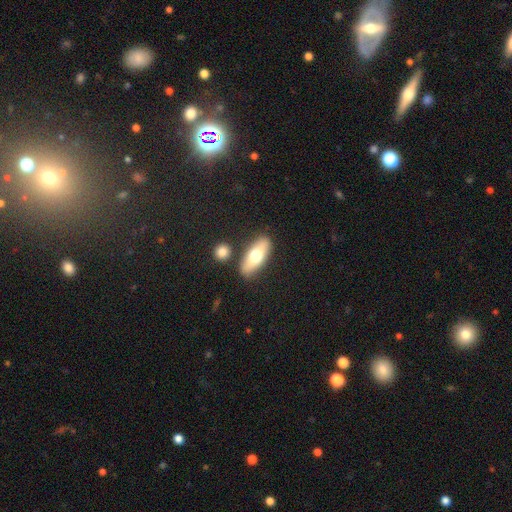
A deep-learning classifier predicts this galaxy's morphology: A smooth galaxy with no disk features (68%) that is in between round and cigar-shaped (76%).

Vote fractions:
- Smooth or featured? smooth: 68% / featured or disk: 26% / star or artifact: 6%
- How rounded? in between: 76% / cigar-shaped: 21% / round: 3%
- Merging? none: 82% / minor disturbance: 9% / merger: 6% / major disturbance: 3%